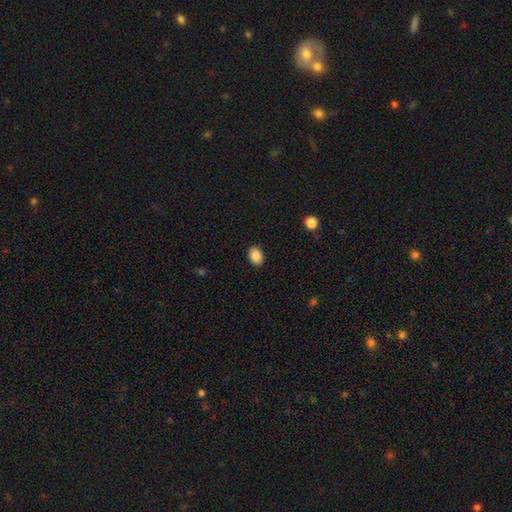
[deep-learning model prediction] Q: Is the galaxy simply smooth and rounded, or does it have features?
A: smooth — 86%.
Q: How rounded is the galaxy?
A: in between — 67%.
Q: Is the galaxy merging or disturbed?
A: none — 89%.